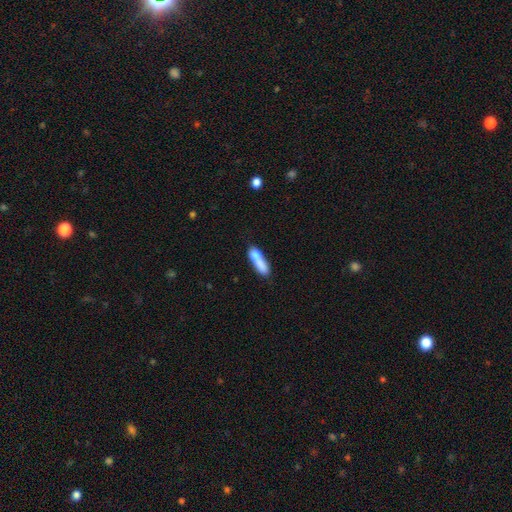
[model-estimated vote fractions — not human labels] Smooth or featured? smooth (73%)
How rounded? cigar-shaped (62%)
Merging? merger (38%)